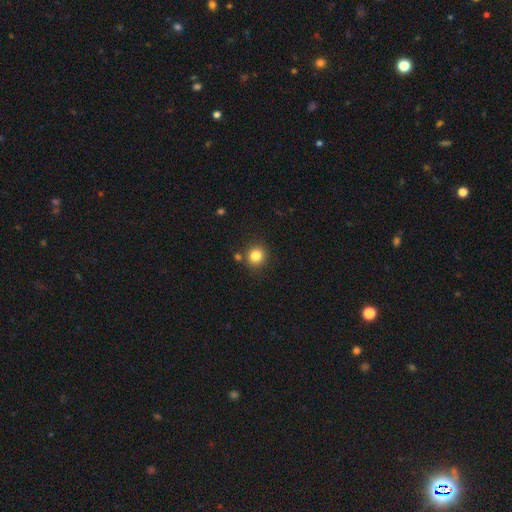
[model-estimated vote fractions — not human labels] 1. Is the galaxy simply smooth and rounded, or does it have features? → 83% smooth, 12% star or artifact, 5% featured or disk.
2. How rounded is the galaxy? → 89% round, 10% in between, 1% cigar-shaped.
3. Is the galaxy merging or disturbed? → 83% none, 8% minor disturbance, 6% merger, 2% major disturbance.